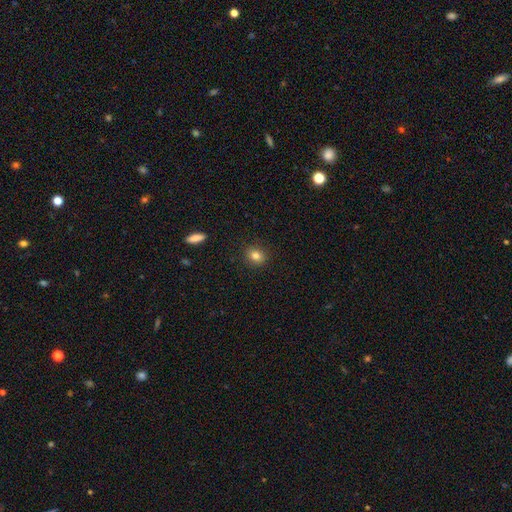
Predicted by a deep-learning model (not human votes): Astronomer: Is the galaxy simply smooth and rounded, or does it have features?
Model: smooth — 82%.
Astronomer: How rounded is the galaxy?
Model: round — 65%.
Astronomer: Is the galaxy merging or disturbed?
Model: none — 89%.